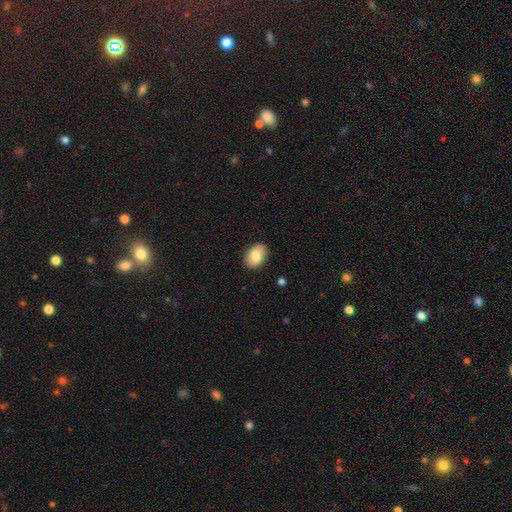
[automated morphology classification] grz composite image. It shows a smooth galaxy with no disk features (79%) that is in between round and cigar-shaped (84%). Merging: none (87%).